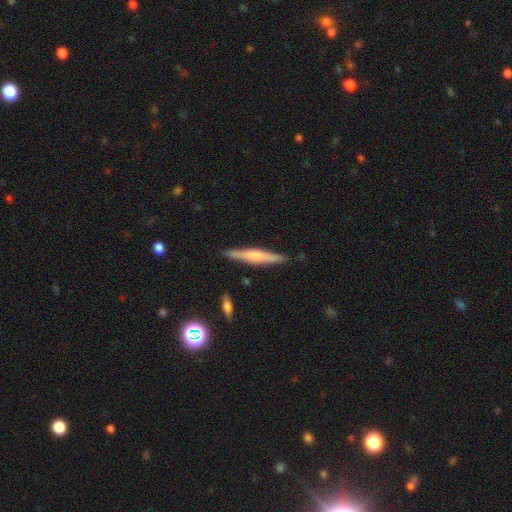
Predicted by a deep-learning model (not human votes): Smooth or featured? Predicted: featured or disk (p=0.54). Edge-on disk? Predicted: yes (p=0.97). Edge-on bulge? Predicted: rounded (p=0.53). Merging? Predicted: none (p=0.88).